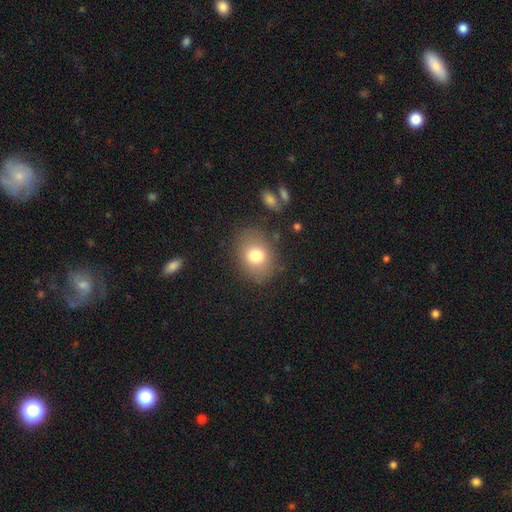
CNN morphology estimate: Q: Smooth or featured?
A: smooth (76%); runner-up: featured or disk (13%)
Q: How rounded?
A: in between (55%); runner-up: round (44%)
Q: Merging?
A: none (79%); runner-up: minor disturbance (13%)